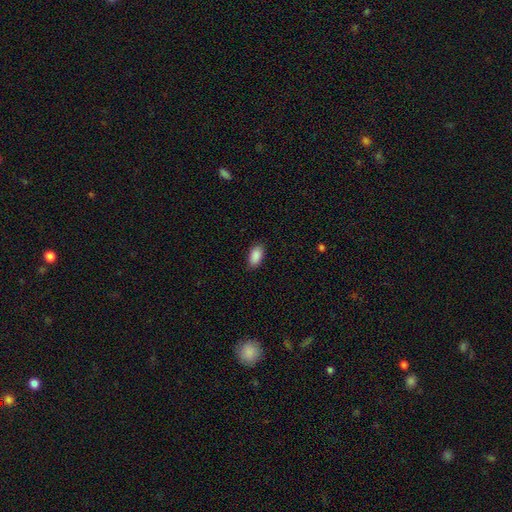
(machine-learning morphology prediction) smooth 90%, star or artifact 7%, featured or disk 3%. Down the decision tree: how rounded — in between (94%); merging — none (87%).